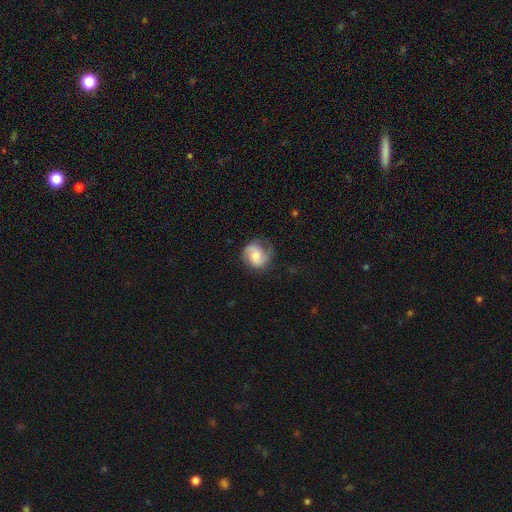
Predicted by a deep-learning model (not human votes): This is likely a featured or disk galaxy (66%). It is clearly not viewed edge-on (98%). Bar: likely no (60%). Spiral arm pattern: clearly yes (93%). Spiral arm count: clearly 2 (83%). Spiral winding: possibly medium (46%). Central bulge: possibly moderate (58%). Merging: likely none (72%).